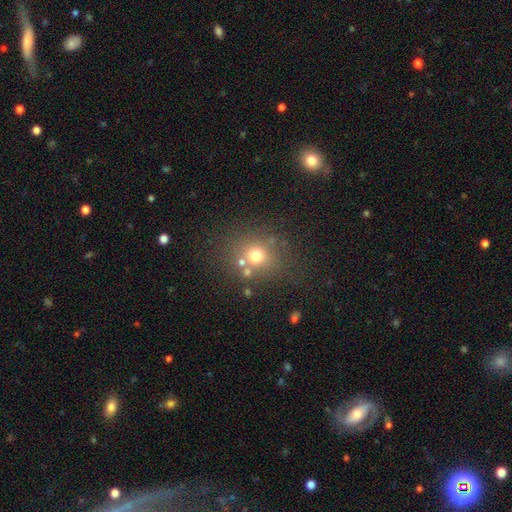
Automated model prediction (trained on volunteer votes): Smooth or featured?
  - smooth: 66% *
  - star or artifact: 20%
  - featured or disk: 14%
How rounded?
  - round: 80% *
  - in between: 19%
  - cigar-shaped: 1%
Merging?
  - none: 68% *
  - merger: 14%
  - minor disturbance: 11%
  - major disturbance: 6%